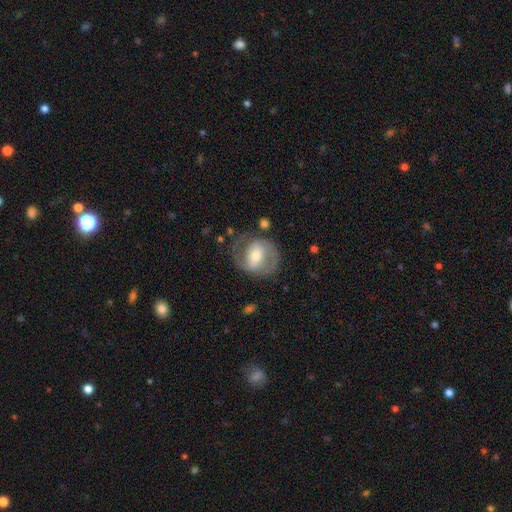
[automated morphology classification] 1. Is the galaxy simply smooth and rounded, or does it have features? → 71% featured or disk, 23% smooth, 6% star or artifact.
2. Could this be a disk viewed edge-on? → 97% no, 3% yes.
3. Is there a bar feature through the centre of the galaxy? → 40% weak, 35% strong, 25% no.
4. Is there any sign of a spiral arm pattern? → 76% yes, 24% no.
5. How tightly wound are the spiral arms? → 48% medium, 34% tight, 18% loose.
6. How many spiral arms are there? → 80% 2, 11% can't tell, 5% 1, 2% 3, 1% 4, 1% more than 4.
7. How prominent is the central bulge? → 58% moderate, 32% small, 7% large, 1% none, 1% dominant.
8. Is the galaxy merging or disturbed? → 68% none, 17% minor disturbance, 12% major disturbance, 3% merger.